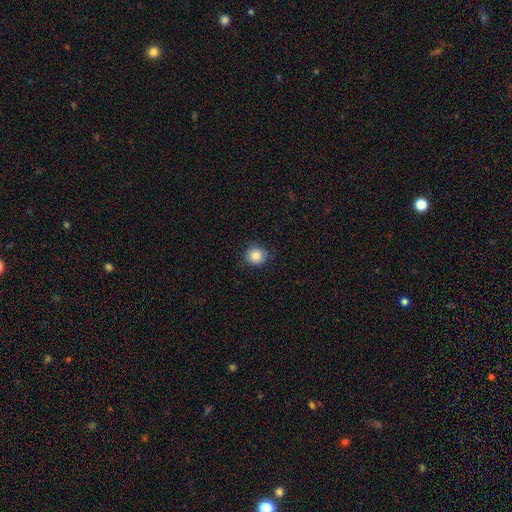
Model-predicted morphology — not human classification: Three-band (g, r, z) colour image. It shows a smooth galaxy with no disk features (86%) that is round (91%). Merging: none (86%).